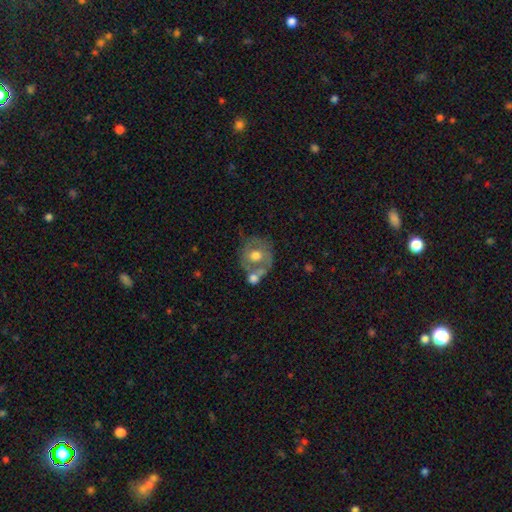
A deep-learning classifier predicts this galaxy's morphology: The model was most divided on "smooth or featured" (2-way tie): smooth: 46%, featured or disk: 46%, star or artifact: 8%. Remaining: merging — none (43%).